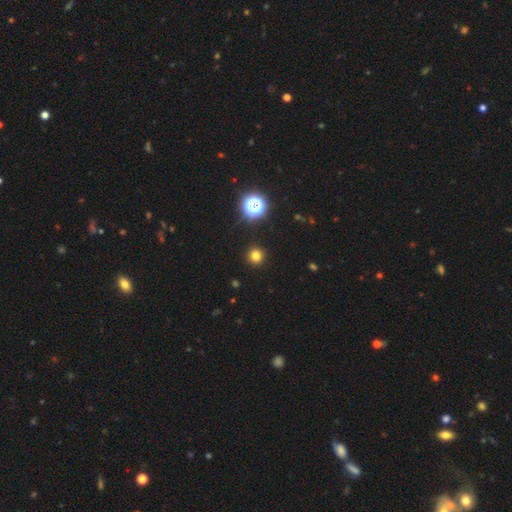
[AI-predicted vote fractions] Overall: smooth (77%). How rounded: round (96%). Merging: none (93%).